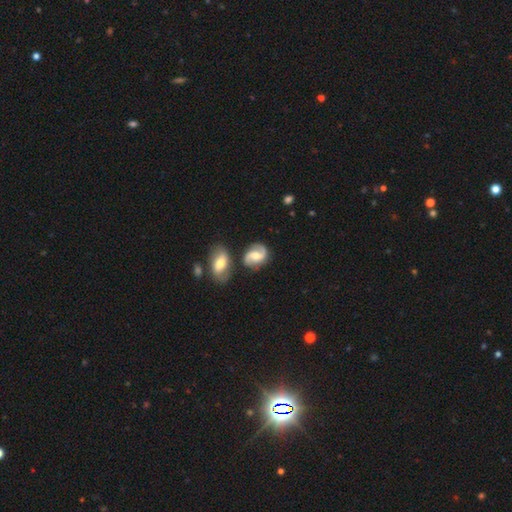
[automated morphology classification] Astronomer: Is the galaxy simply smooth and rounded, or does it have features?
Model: featured or disk — 76%.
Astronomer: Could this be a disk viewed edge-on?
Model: no — 97%.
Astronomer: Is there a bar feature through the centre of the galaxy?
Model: weak — 46% (runner-up: no, 40%).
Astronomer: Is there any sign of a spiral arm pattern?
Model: yes — 94%.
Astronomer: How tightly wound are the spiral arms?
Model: medium — 48% (runner-up: loose, 35%).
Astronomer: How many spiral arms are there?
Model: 2 — 90%.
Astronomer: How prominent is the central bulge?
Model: moderate — 62%.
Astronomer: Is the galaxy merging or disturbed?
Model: none — 70%.